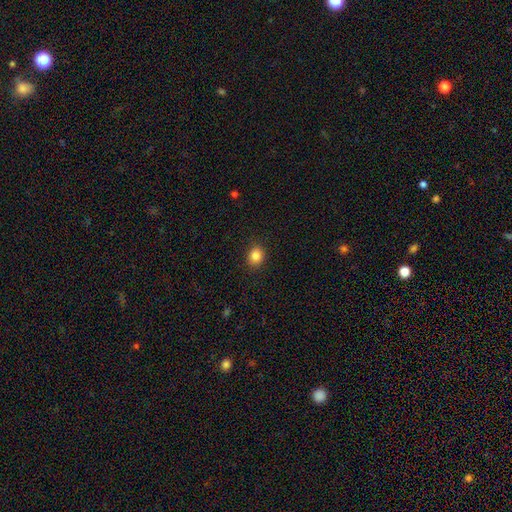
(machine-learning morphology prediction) type=smooth (85%); roundness=round (66%); merging=none (90%).